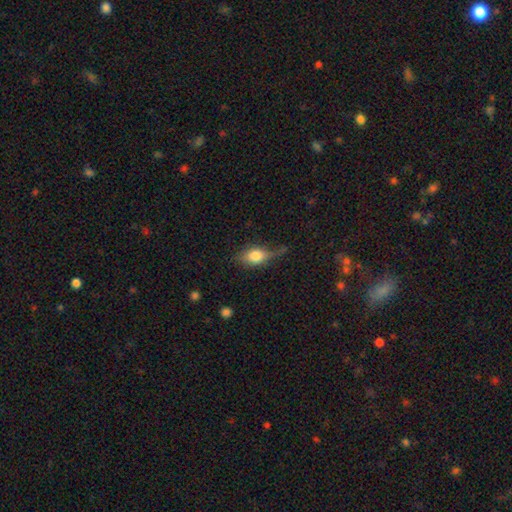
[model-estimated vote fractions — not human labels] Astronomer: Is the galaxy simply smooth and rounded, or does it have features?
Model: smooth — 75%.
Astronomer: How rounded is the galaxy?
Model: in between — 77%.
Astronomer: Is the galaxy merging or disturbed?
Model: none — 44% (runner-up: minor disturbance, 33%).